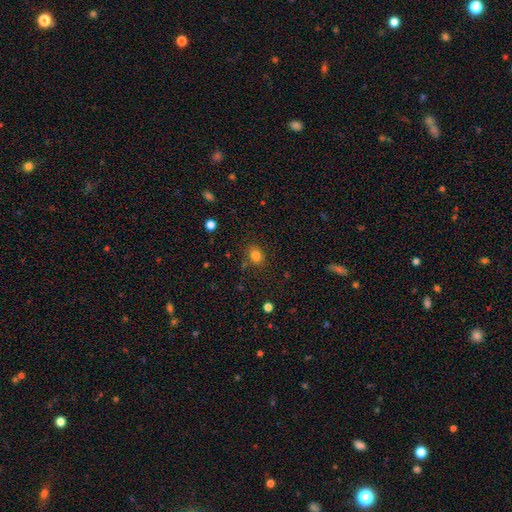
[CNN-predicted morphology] A smooth galaxy with no disk features (82%) that is round (55%). Merging: none (80%).